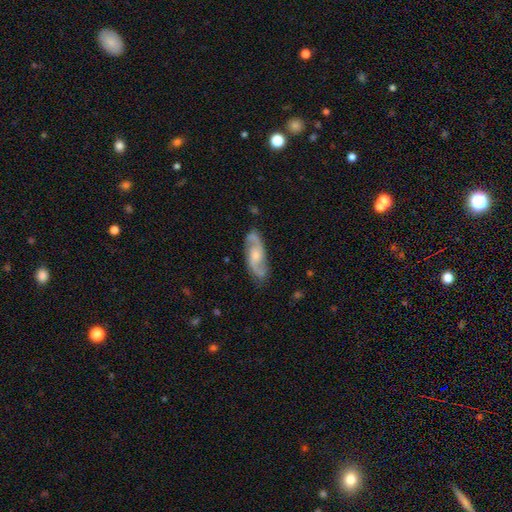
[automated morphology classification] The model was most divided on "bulge size": moderate: 47%, small: 40%, none: 8%, large: 5%, dominant: 1%. More confident: spiral arms — yes (96%); edge-on disk — no (94%); spiral arm count — 2 (92%); smooth or featured — featured or disk (84%); merging — none (82%); bar — no (56%); spiral winding — medium (54%).